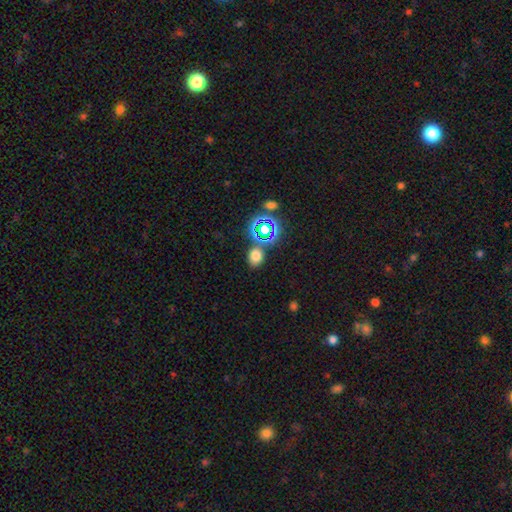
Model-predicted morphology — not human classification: Overall: smooth (67%). How rounded: in between (51%; round 47%). Merging: none (78%).